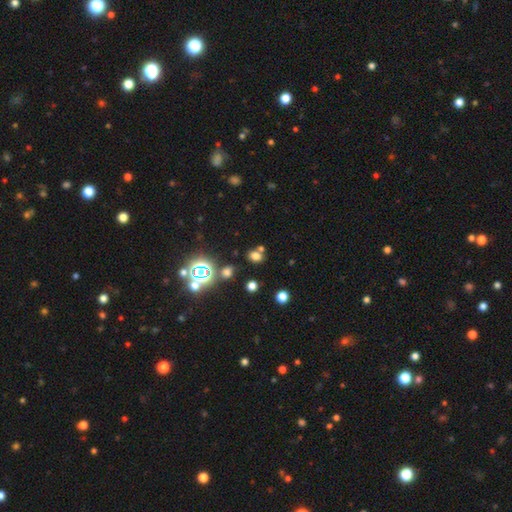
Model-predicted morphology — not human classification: Smooth or featured: smooth — 63% (star or artifact — 29%)
How rounded: round — 52% (in between — 46%)
Merging: none — 66% (merger — 19%)